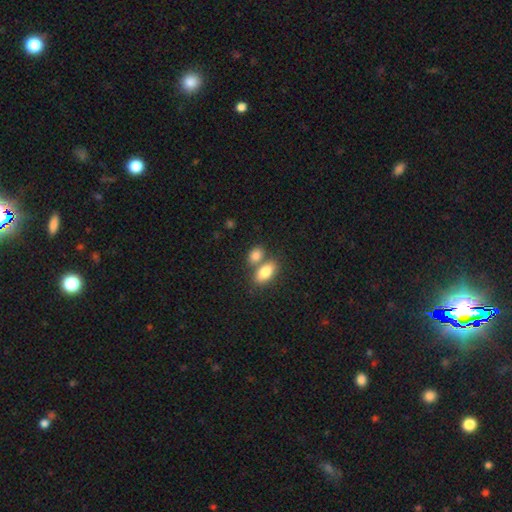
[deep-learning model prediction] smooth_or_featured: smooth (p=0.84) [alt: featured or disk p=0.09]
how_rounded: in between (p=0.81) [alt: round p=0.15]
merging: merger (p=0.45) [alt: none p=0.43]